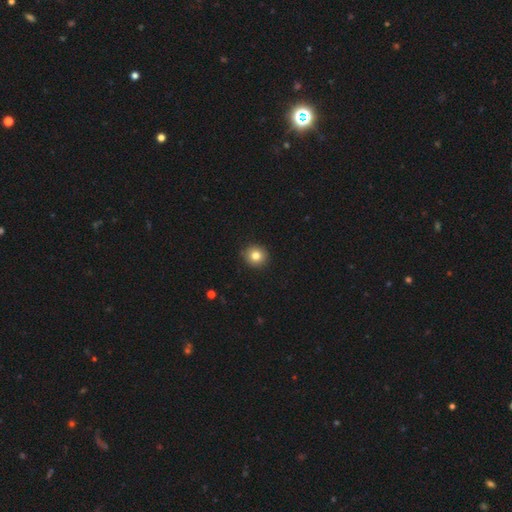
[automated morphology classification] Overall: smooth (81%). How rounded: round (92%). Merging: none (91%).